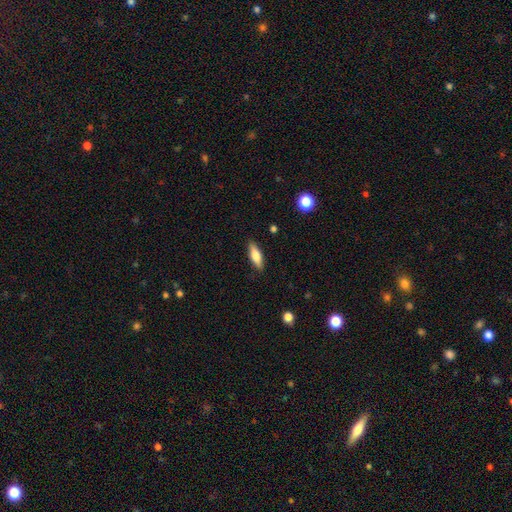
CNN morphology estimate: smooth 67%, featured or disk 27%, star or artifact 6%. Down the decision tree: how rounded — in between (54%); merging — none (88%).